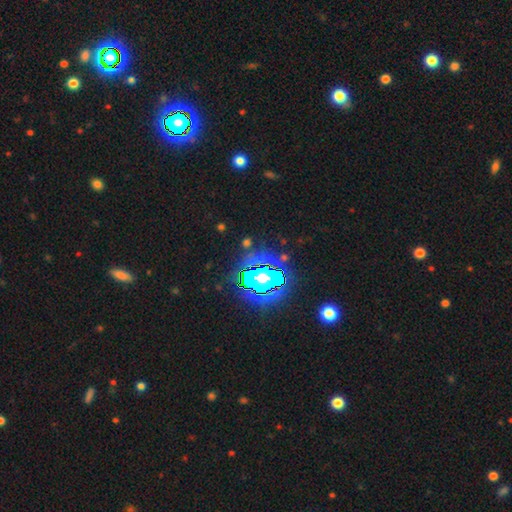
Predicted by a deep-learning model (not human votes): This is clearly a star or artifact rather than a galaxy (82%).